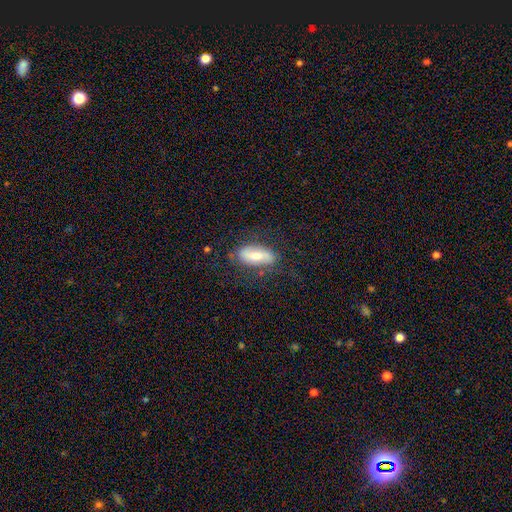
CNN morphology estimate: A smooth galaxy with no disk features (53%) that is in between round and cigar-shaped (83%).

Vote fractions:
- Smooth or featured? smooth: 53% / featured or disk: 40% / star or artifact: 7%
- How rounded? in between: 83% / cigar-shaped: 14% / round: 3%
- Merging? none: 71% / minor disturbance: 19% / major disturbance: 8% / merger: 2%